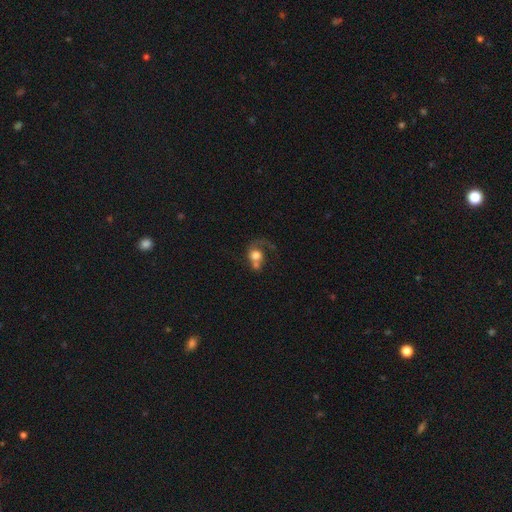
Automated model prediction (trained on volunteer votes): This is possibly a smooth galaxy (52%). How rounded: likely round (66%). Merging: marginally merger (42%).